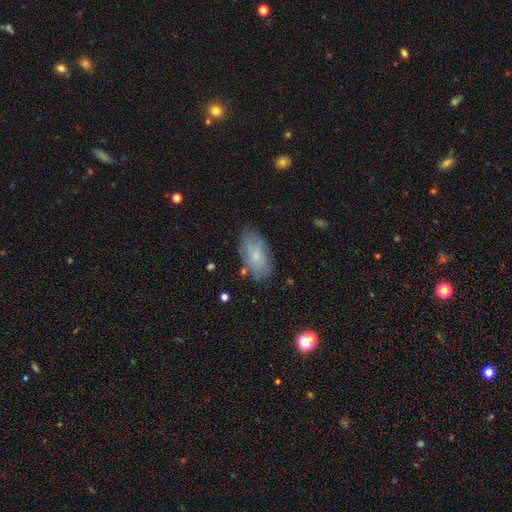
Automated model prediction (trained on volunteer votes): Q: Smooth or featured?
A: smooth (67%); runner-up: featured or disk (26%)
Q: How rounded?
A: in between (93%); runner-up: cigar-shaped (4%)
Q: Merging?
A: none (75%); runner-up: minor disturbance (18%)